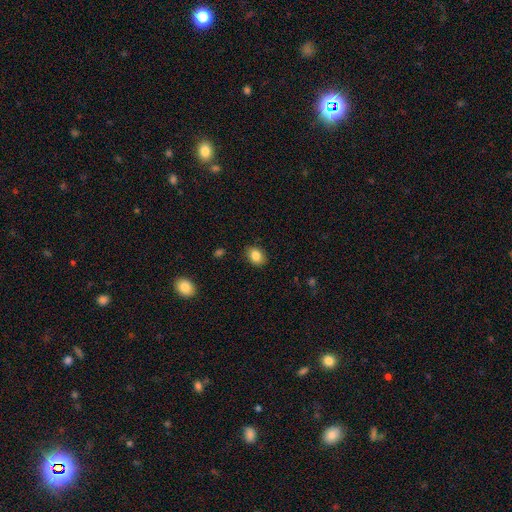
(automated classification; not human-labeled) Q: Smooth or featured?
A: smooth (85%); runner-up: star or artifact (9%)
Q: How rounded?
A: in between (64%); runner-up: round (35%)
Q: Merging?
A: none (86%); runner-up: minor disturbance (10%)